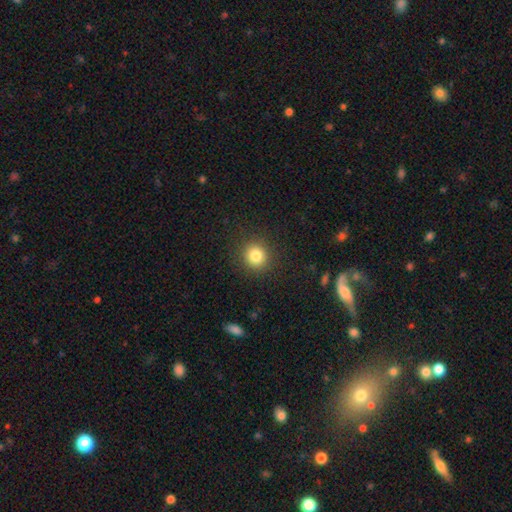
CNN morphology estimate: Smooth or featured? Predicted: smooth (p=0.82). How rounded? Predicted: round (p=0.91). Merging? Predicted: none (p=0.91).